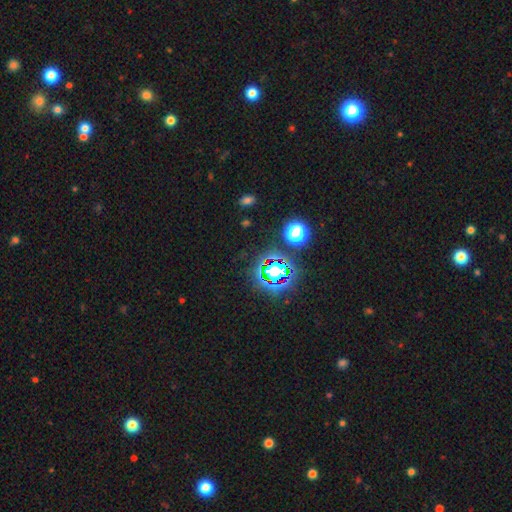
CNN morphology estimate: smooth-or-featured: star or artifact: 80% | smooth: 13% | featured or disk: 7%